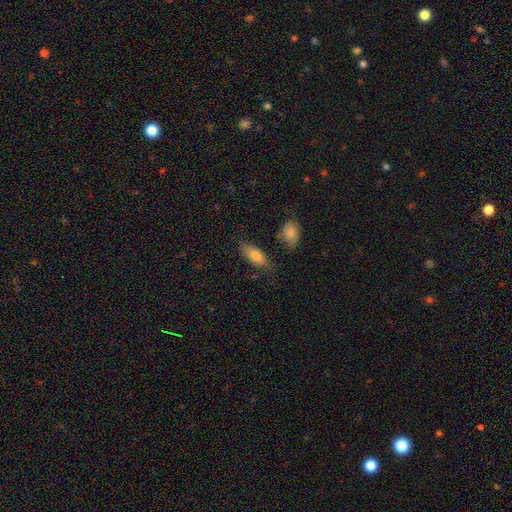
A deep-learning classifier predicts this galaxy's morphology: smooth 79%, featured or disk 14%, star or artifact 7%. Down the decision tree: how rounded — in between (76%); merging — none (70%).